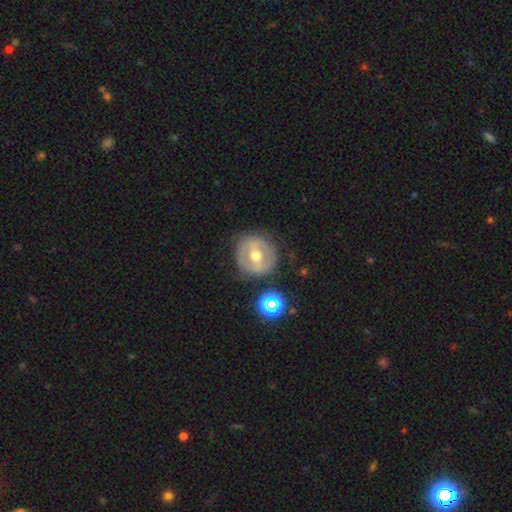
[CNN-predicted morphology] A featured or disk galaxy (61%) with a weak bar (39%), no spiral arms (70%) and a moderate central bulge (78%). Merging: none (80%).